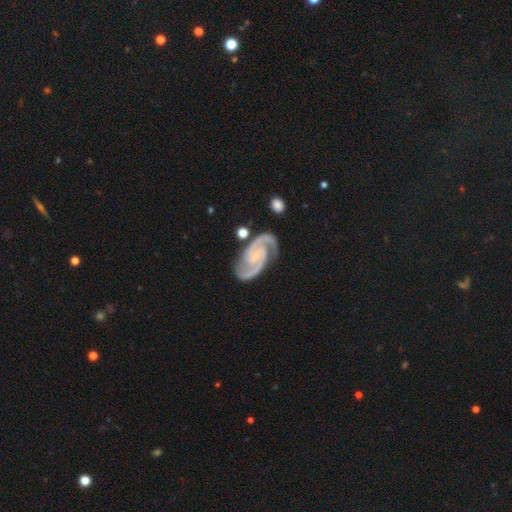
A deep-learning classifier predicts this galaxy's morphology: Overall: featured or disk (94%). Edge-on disk: no (98%). Bar: no (51%; weak 35%). Spiral arms: yes (99%). Spiral arm count: 2 (93%). Spiral winding: medium (50%; tight 43%). Bulge size: small (61%; none 25%). Merging: none (79%).